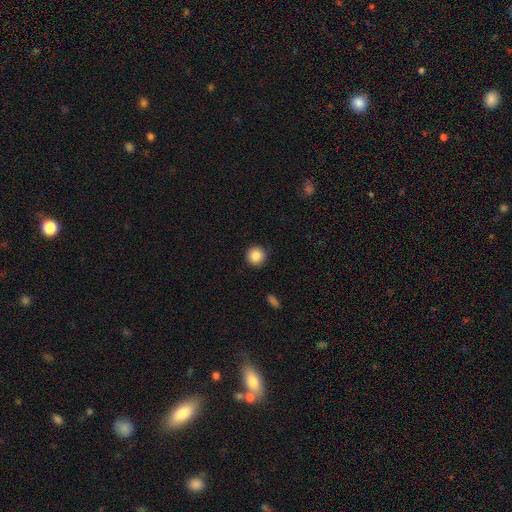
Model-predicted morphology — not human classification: This is clearly a smooth galaxy (87%). How rounded: clearly round (95%). Merging: clearly none (91%).